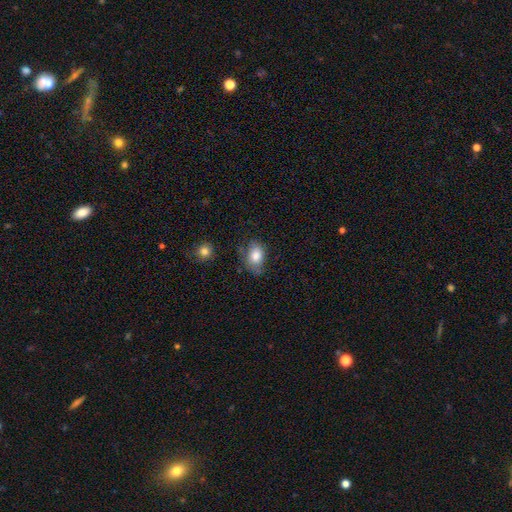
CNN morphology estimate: smooth_or_featured: smooth (p=0.81) [alt: featured or disk p=0.11]
how_rounded: in between (p=0.81) [alt: round p=0.18]
merging: none (p=0.60) [alt: minor disturbance p=0.27]